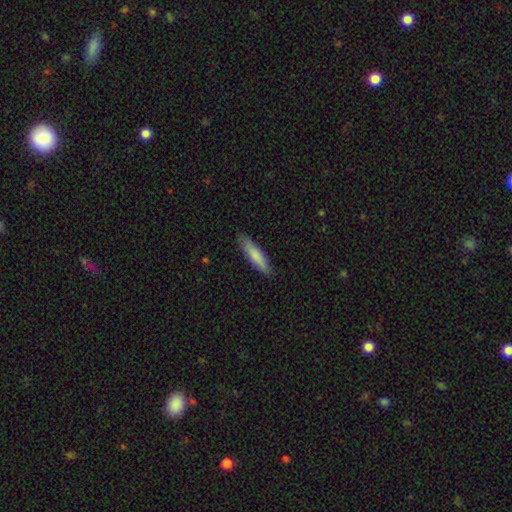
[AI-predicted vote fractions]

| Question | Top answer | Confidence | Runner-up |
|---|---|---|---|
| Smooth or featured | smooth | 82% | featured or disk (13%) |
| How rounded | cigar-shaped | 77% | in between (22%) |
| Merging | none | 86% | minor disturbance (11%) |